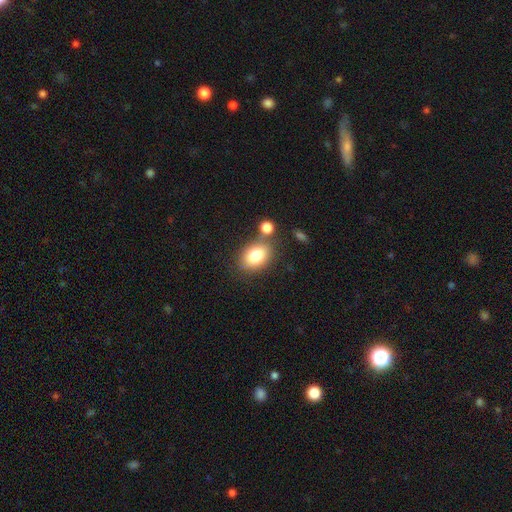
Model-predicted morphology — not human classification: This is clearly a smooth galaxy (80%). How rounded: likely in between (71%). Merging: likely none (64%).